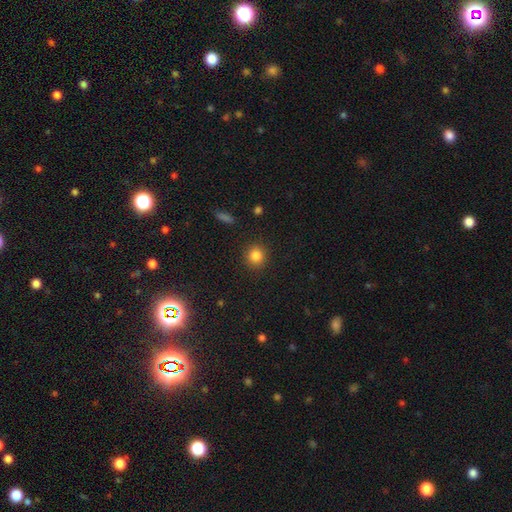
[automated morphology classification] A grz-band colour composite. It shows a smooth galaxy with no disk features (84%) that is round (91%). Merging: none (91%).